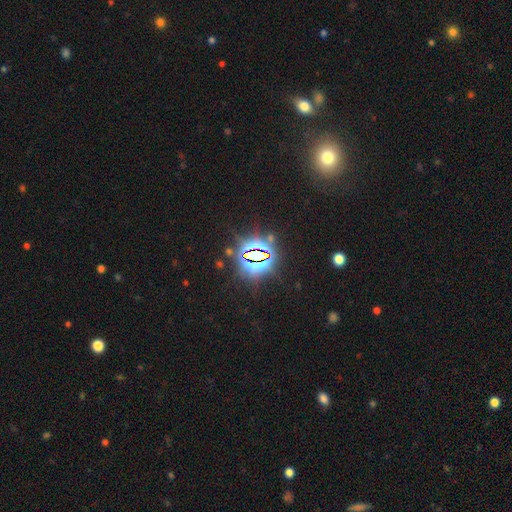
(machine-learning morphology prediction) This is clearly a star or artifact rather than a galaxy (84%).